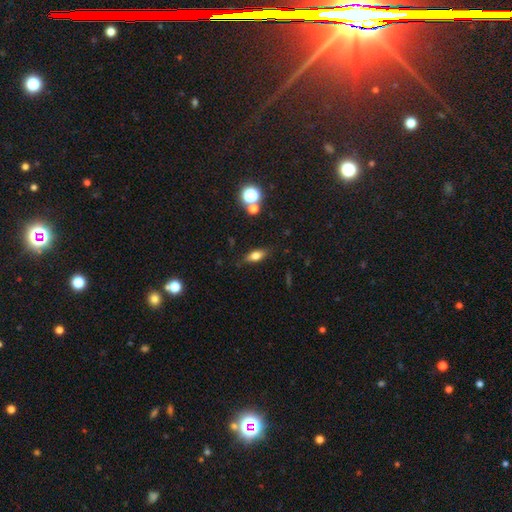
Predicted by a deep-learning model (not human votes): Q: Smooth or featured?
A: smooth (70%); runner-up: featured or disk (19%)
Q: How rounded?
A: in between (75%); runner-up: cigar-shaped (17%)
Q: Merging?
A: none (81%); runner-up: minor disturbance (13%)